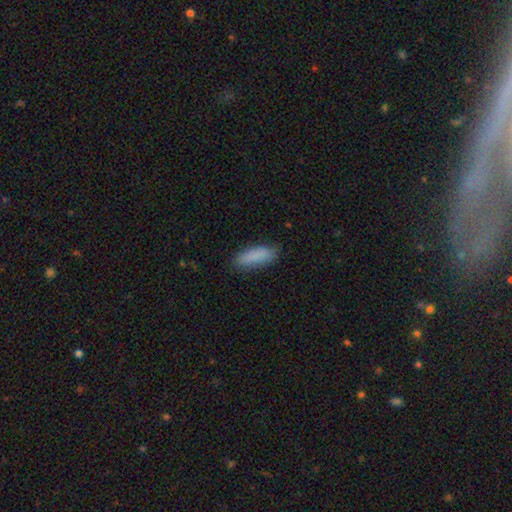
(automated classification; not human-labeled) Smooth or featured? smooth (88%)
How rounded? in between (53%)
Merging? none (83%)